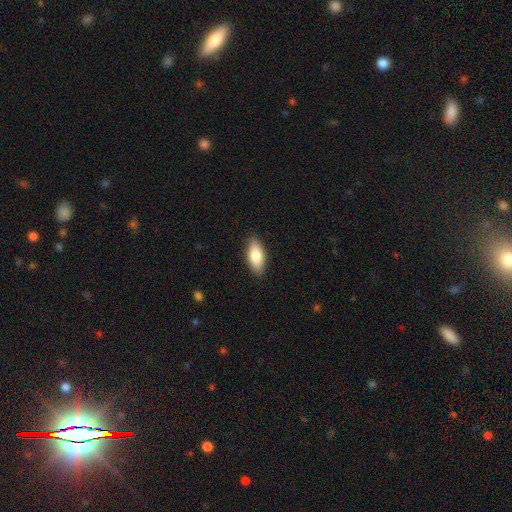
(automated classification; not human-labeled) Morphology: type=smooth (79%); roundness=in between (79%); merging=none (89%).